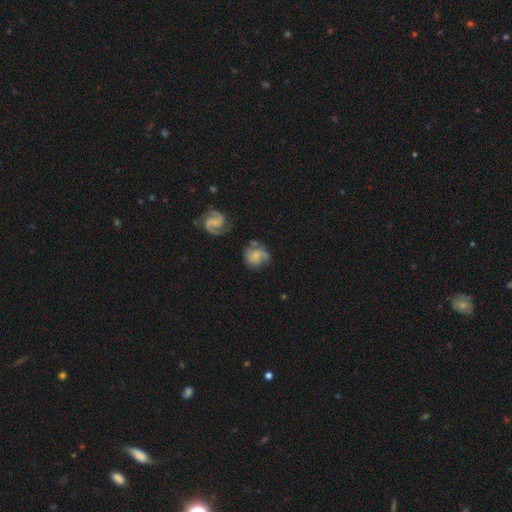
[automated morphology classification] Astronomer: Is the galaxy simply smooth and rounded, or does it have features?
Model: featured or disk — 59%.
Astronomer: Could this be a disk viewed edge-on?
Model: no — 97%.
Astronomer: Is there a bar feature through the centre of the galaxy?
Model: no — 65%.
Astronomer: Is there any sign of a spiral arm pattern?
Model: yes — 90%.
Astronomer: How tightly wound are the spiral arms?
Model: medium — 47% (runner-up: tight, 29%).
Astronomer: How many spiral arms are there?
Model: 2 — 65%.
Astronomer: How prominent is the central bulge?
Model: small — 52%.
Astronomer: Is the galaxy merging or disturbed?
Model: none — 54%.